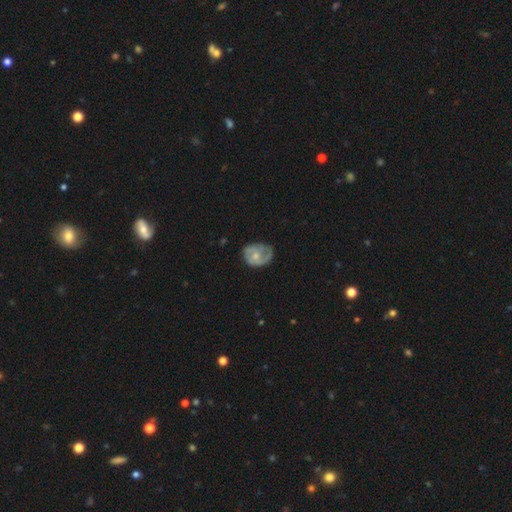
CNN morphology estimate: Smooth or featured? Predicted: featured or disk (p=0.63). Edge-on disk? Predicted: no (p=0.97). Bar? Predicted: no (p=0.72). Spiral arms? Predicted: yes (p=0.79). Bulge size? Predicted: small (p=0.52). Merging? Predicted: none (p=0.53).